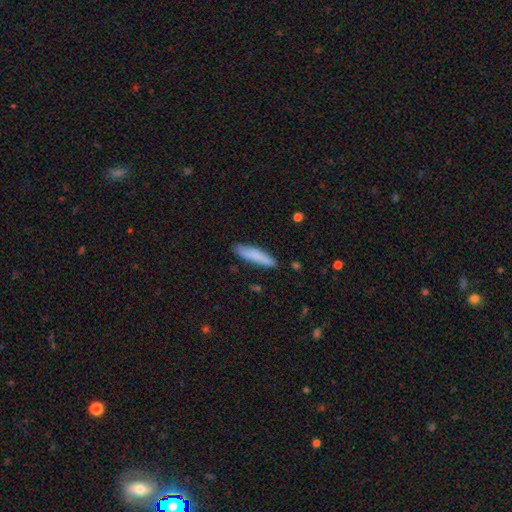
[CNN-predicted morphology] smooth 83%, featured or disk 11%, star or artifact 6%. Down the decision tree: how rounded — cigar-shaped (85%); merging — none (86%).